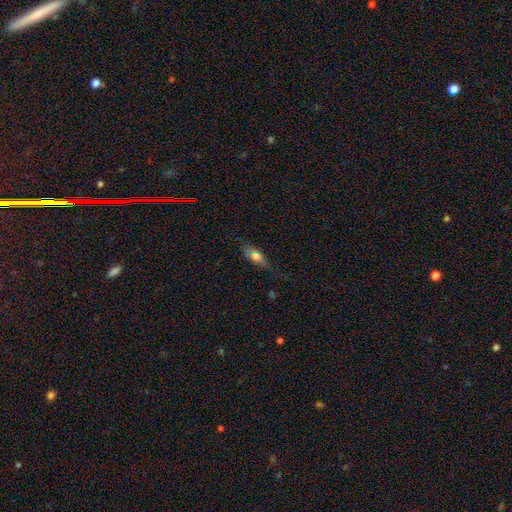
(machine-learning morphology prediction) A smooth galaxy with no disk features (67%) that is in between round and cigar-shaped (71%).

Vote fractions:
- Smooth or featured? smooth: 67% / featured or disk: 24% / star or artifact: 9%
- How rounded? in between: 71% / cigar-shaped: 25% / round: 4%
- Merging? none: 64% / minor disturbance: 26% / major disturbance: 8% / merger: 2%